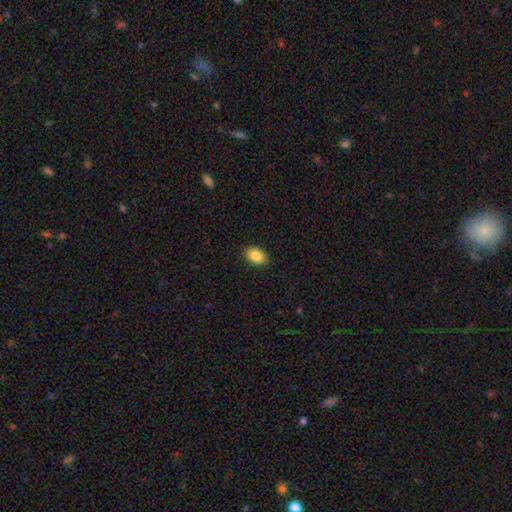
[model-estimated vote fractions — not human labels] The model was most divided on "how rounded": in between: 86%, round: 12%, cigar-shaped: 1%. More confident: merging — none (89%); smooth or featured — smooth (87%).